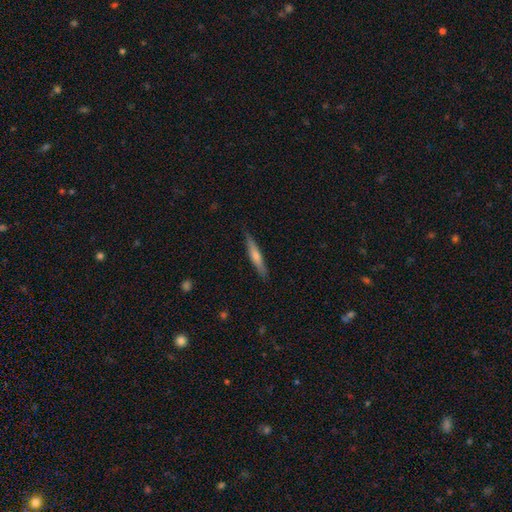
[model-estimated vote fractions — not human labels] This appears to be a smooth galaxy with no disk features (55%) that is cigar-shaped (92%). Merging: none (87%).